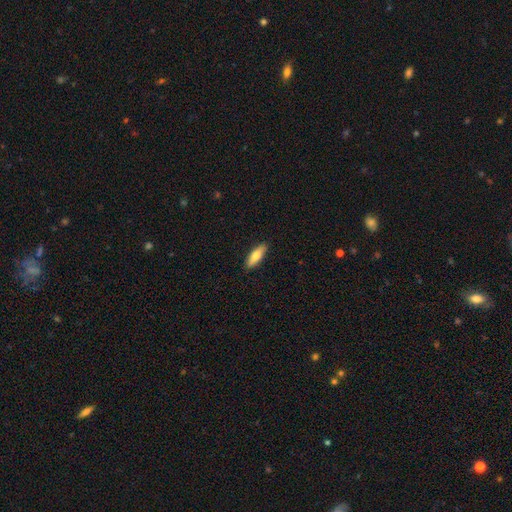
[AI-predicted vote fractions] A smooth galaxy with no disk features (72%) that is cigar-shaped (50%).

Vote fractions:
- Smooth or featured? smooth: 72% / featured or disk: 22% / star or artifact: 6%
- How rounded? cigar-shaped: 50% / in between: 48% / round: 2%
- Merging? none: 89% / minor disturbance: 8% / major disturbance: 2% / merger: 1%